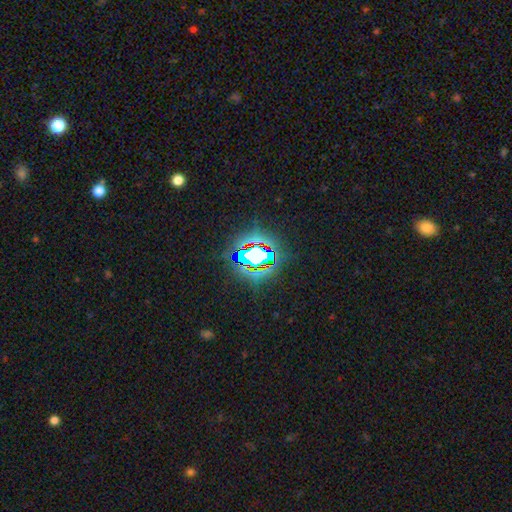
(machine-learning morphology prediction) smooth_or_featured: star or artifact (p=0.72) [alt: smooth p=0.16]